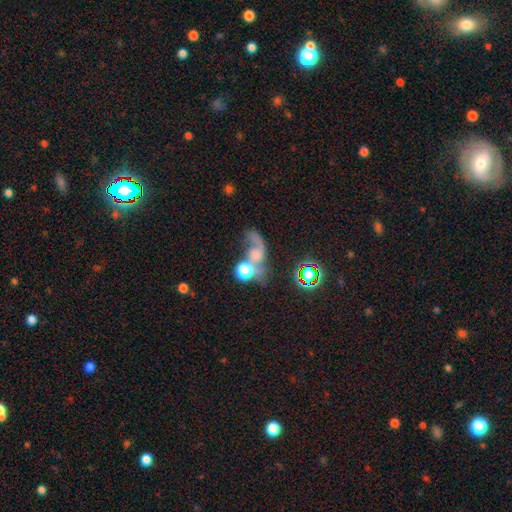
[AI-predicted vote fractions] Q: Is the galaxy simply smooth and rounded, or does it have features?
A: featured or disk — 50%.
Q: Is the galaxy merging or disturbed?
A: merger — 34%.